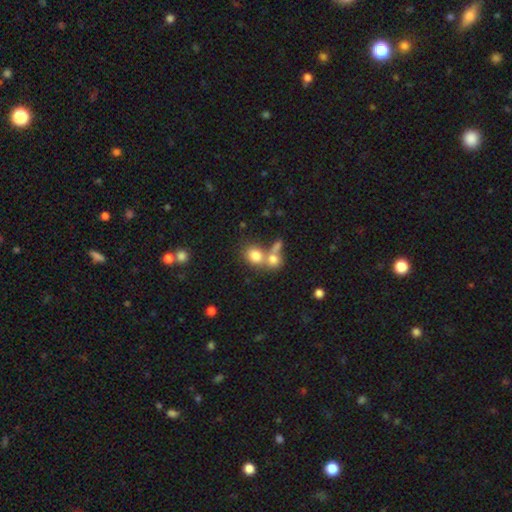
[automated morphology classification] This appears to be a smooth galaxy with no disk features (77%) that is round (68%). Merging: merger (49%).